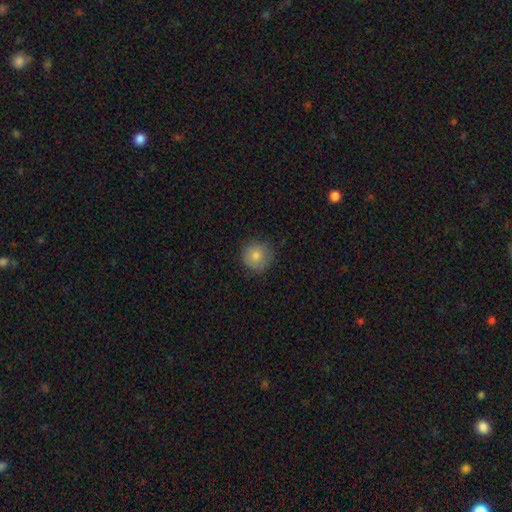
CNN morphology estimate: Smooth or featured: smooth — 79% (star or artifact — 11%)
How rounded: round — 94% (in between — 5%)
Merging: none — 83% (minor disturbance — 13%)